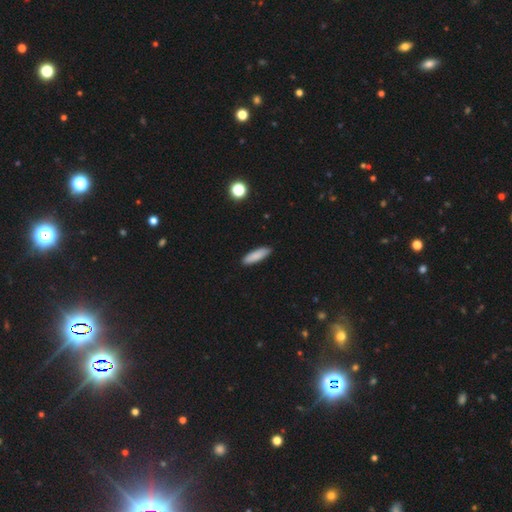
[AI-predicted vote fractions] This appears to be a smooth galaxy with no disk features (87%) that is cigar-shaped (59%). Merging: none (90%).